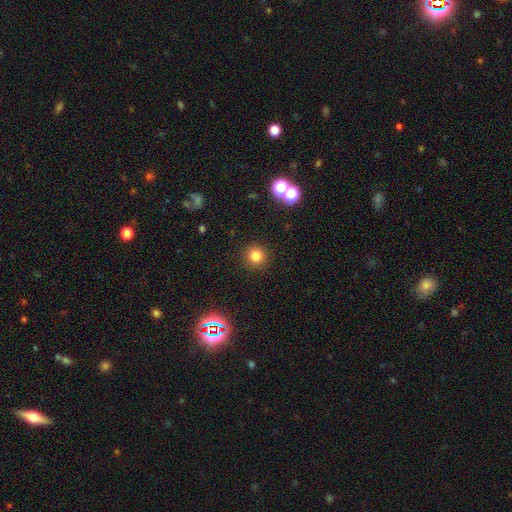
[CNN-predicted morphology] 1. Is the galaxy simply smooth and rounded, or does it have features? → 80% smooth, 14% star or artifact, 6% featured or disk.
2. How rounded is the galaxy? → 94% round, 5% in between, 1% cigar-shaped.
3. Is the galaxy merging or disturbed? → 91% none, 5% minor disturbance, 2% major disturbance, 2% merger.